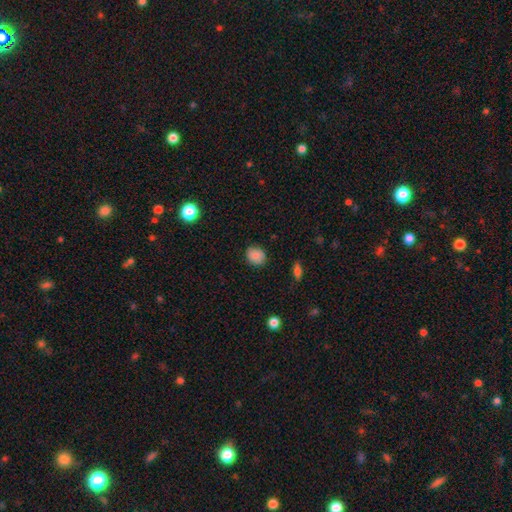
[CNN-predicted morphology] Smooth or featured: smooth — 84% (star or artifact — 9%)
How rounded: round — 68% (in between — 31%)
Merging: none — 84% (minor disturbance — 12%)